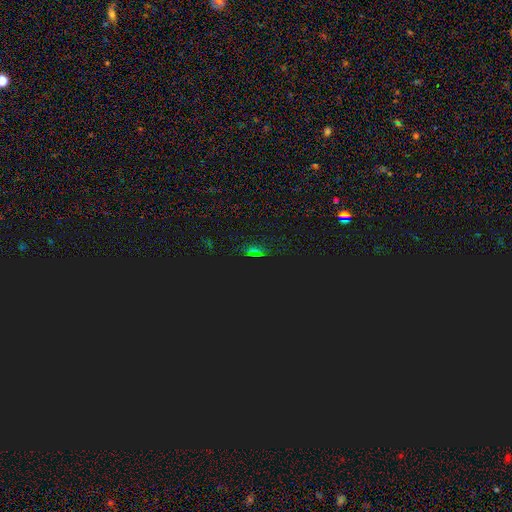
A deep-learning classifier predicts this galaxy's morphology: type=star or artifact (68%).